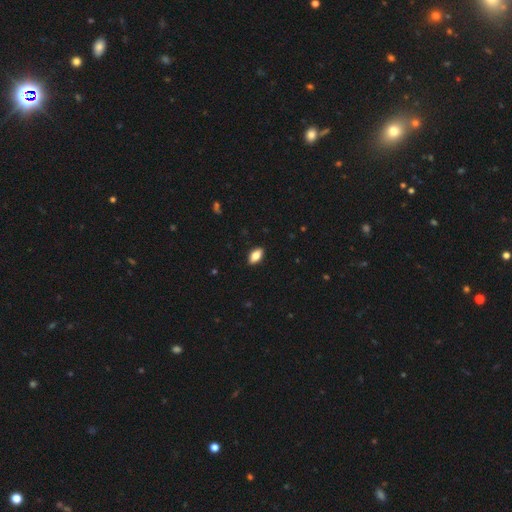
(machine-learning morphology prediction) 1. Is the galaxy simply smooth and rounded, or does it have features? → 81% smooth, 12% featured or disk, 7% star or artifact.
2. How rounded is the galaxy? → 90% in between, 6% cigar-shaped, 4% round.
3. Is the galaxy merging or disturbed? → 90% none, 8% minor disturbance, 2% major disturbance, 1% merger.